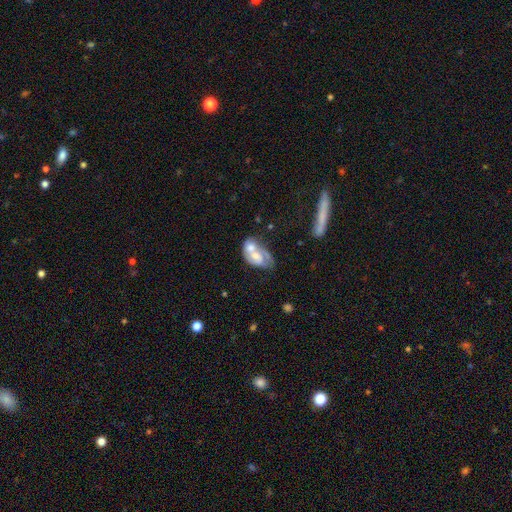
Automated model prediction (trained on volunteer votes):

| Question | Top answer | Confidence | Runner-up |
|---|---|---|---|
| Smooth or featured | featured or disk | 54% | smooth (38%) |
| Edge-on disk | no | 96% | yes (4%) |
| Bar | no | 70% | weak (24%) |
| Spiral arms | yes | 54% | no (46%) |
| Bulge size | moderate | 49% | small (25%) |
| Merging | merger | 63% | none (15%) |